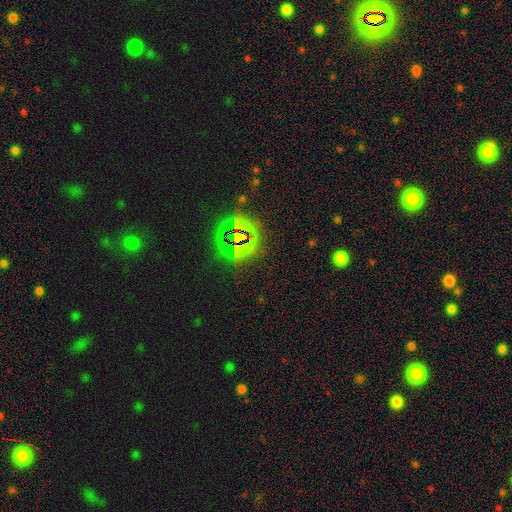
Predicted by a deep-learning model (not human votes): smooth-or-featured: star or artifact: 58% | smooth: 24% | featured or disk: 17%